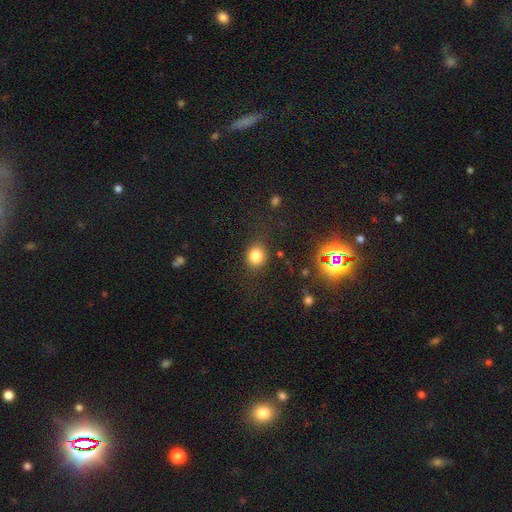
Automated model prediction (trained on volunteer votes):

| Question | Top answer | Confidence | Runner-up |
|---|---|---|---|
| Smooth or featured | smooth | 80% | star or artifact (14%) |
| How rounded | round | 61% | in between (38%) |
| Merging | none | 77% | minor disturbance (14%) |